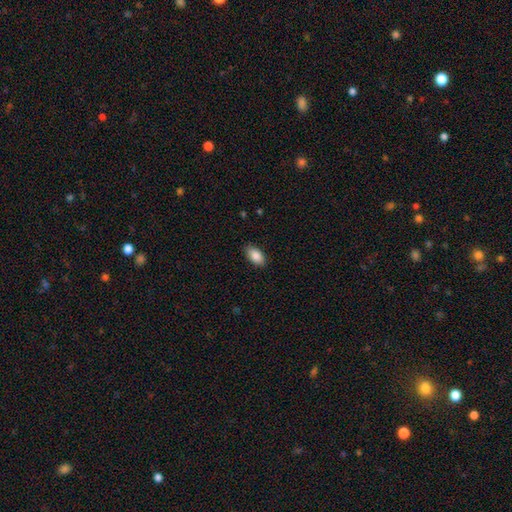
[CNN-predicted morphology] This appears to be a smooth galaxy with no disk features (88%) that is in between round and cigar-shaped (93%). Merging: none (87%).